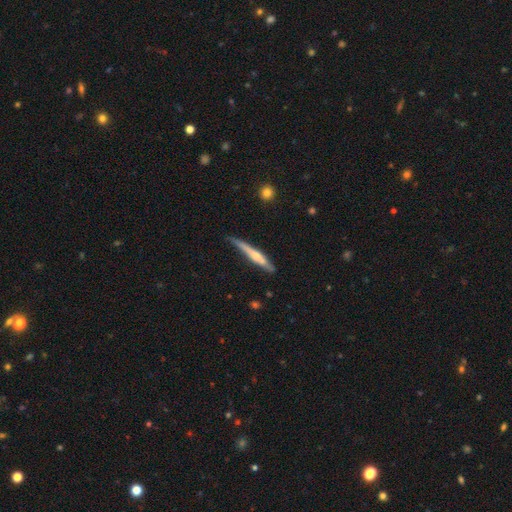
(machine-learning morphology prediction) A featured or disk galaxy (53%) viewed edge-on (94%). Merging: none (67%).